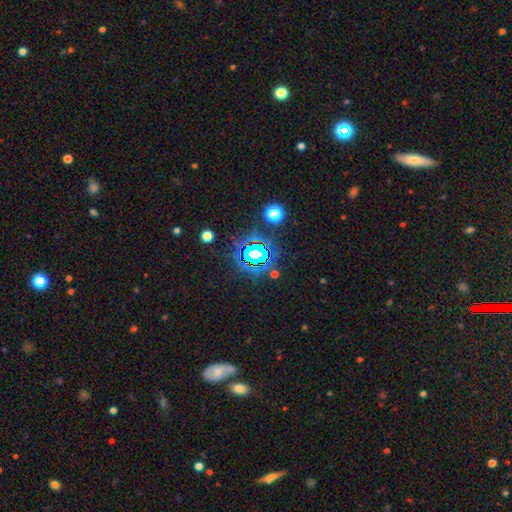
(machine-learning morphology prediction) Smooth or featured: star or artifact — 78% (smooth — 14%)